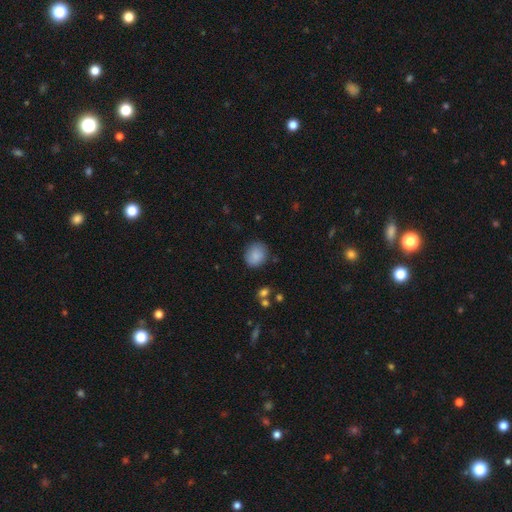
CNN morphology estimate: This appears to be a smooth galaxy with no disk features (86%) that is round (64%). Merging: none (79%).